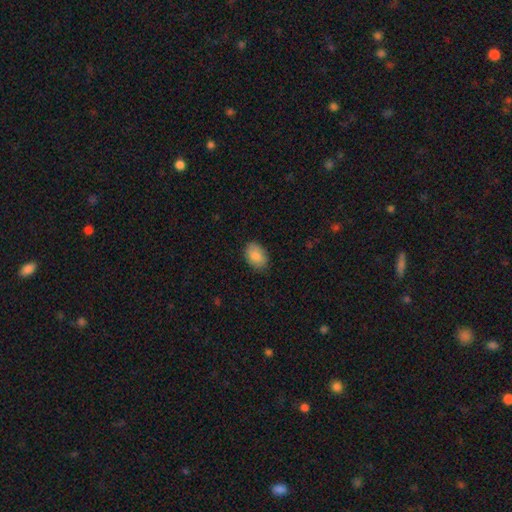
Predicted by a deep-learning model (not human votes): A smooth galaxy with no disk features (87%) that is in between round and cigar-shaped (85%).

Vote fractions:
- Smooth or featured? smooth: 87% / star or artifact: 7% / featured or disk: 6%
- How rounded? in between: 85% / round: 14% / cigar-shaped: 1%
- Merging? none: 85% / minor disturbance: 12% / major disturbance: 3% / merger: 1%